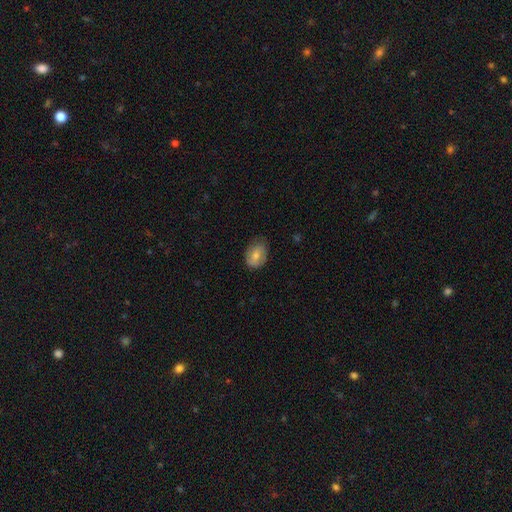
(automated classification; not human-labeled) This appears to be a smooth galaxy with no disk features (68%) that is in between round and cigar-shaped (73%). Merging: none (67%).